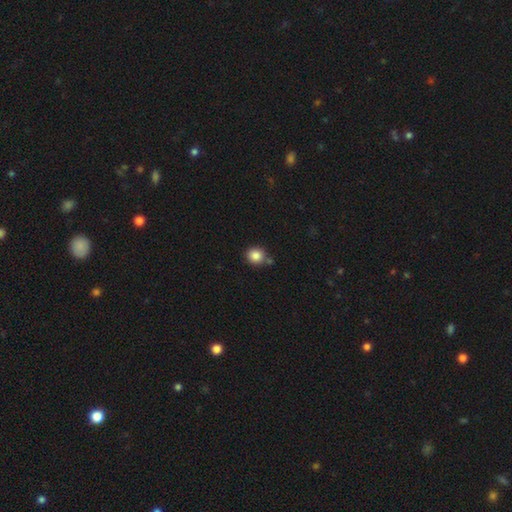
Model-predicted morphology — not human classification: Smooth or featured: smooth — 85% (star or artifact — 10%)
How rounded: round — 88% (in between — 12%)
Merging: none — 74% (merger — 12%)